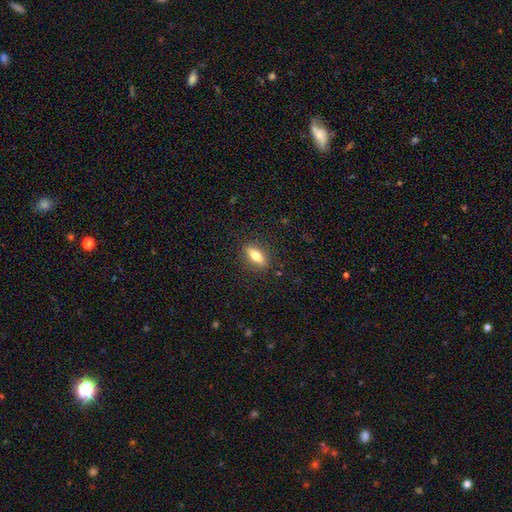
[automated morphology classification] Smooth or featured?
  - smooth: 67% *
  - featured or disk: 25%
  - star or artifact: 8%
How rounded?
  - in between: 65% *
  - cigar-shaped: 30%
  - round: 5%
Merging?
  - none: 86% *
  - minor disturbance: 9%
  - major disturbance: 3%
  - merger: 1%